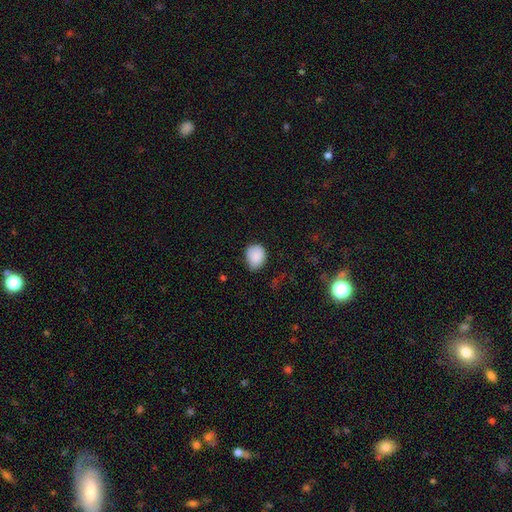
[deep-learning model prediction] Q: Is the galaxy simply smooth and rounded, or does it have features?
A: smooth — 87%.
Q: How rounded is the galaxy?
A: round — 55%.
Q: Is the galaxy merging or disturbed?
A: none — 65%.